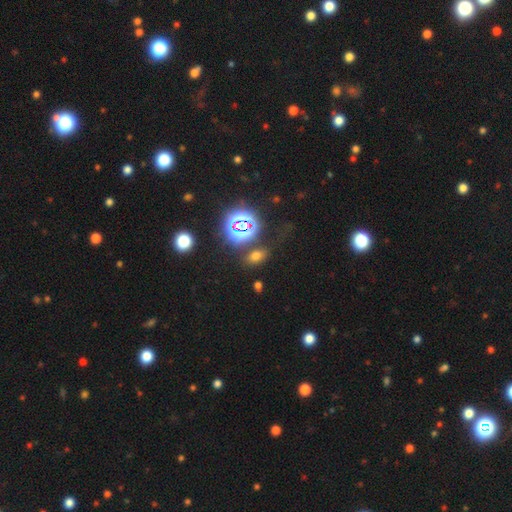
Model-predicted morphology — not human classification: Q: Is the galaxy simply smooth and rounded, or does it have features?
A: smooth — 57%.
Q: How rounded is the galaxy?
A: in between — 82%.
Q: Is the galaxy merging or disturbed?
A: none — 77%.